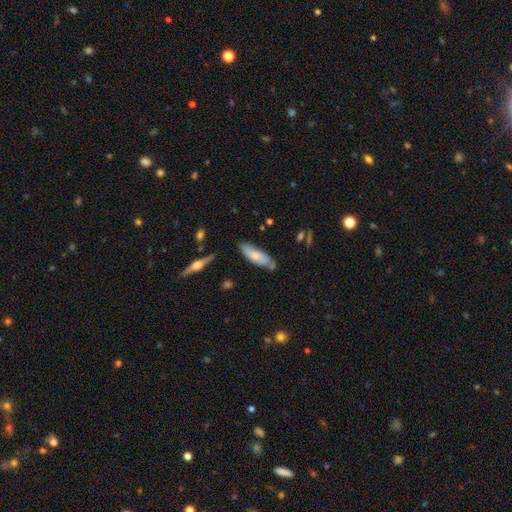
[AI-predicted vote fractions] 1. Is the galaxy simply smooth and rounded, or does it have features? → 67% smooth, 27% featured or disk, 6% star or artifact.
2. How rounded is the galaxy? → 56% in between, 43% cigar-shaped, 2% round.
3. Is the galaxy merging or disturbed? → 68% none, 22% minor disturbance, 7% merger, 4% major disturbance.